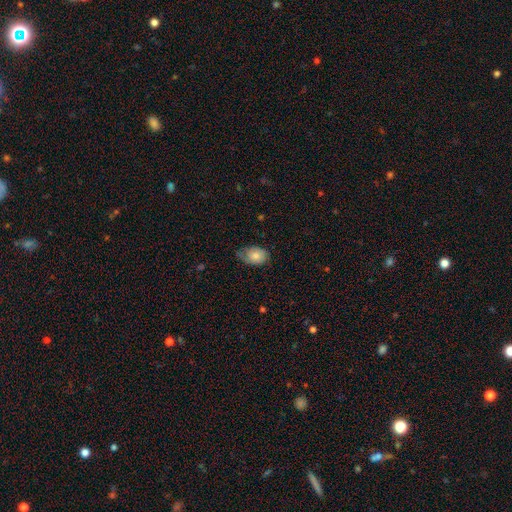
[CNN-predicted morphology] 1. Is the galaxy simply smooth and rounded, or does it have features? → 77% smooth, 16% featured or disk, 7% star or artifact.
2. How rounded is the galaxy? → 82% in between, 16% round, 1% cigar-shaped.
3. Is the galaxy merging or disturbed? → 52% none, 37% minor disturbance, 10% major disturbance, 1% merger.